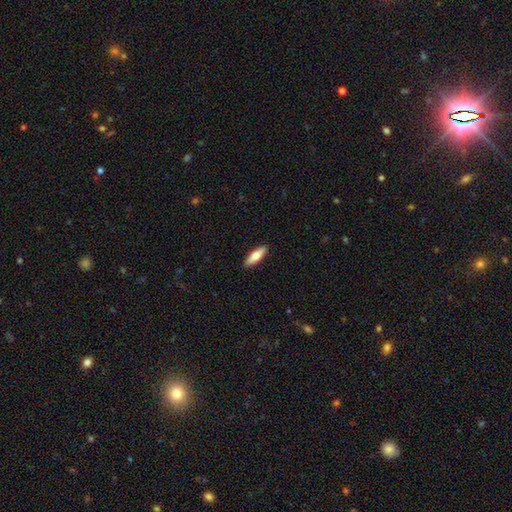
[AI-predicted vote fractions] This appears to be a smooth galaxy with no disk features (63%) that is cigar-shaped (52%). Merging: none (91%).